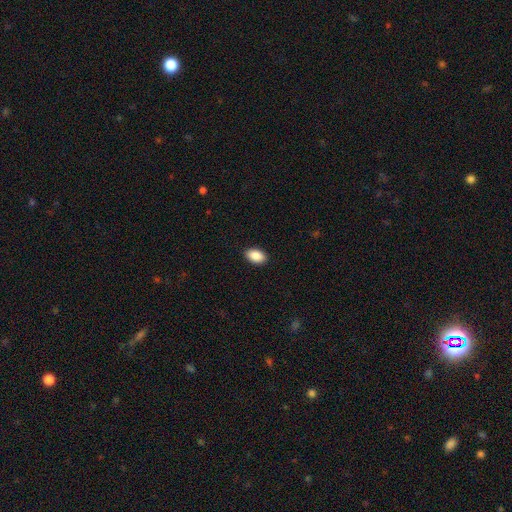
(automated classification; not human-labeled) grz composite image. It shows a smooth galaxy with no disk features (89%) that is in between round and cigar-shaped (92%). Merging: none (90%).